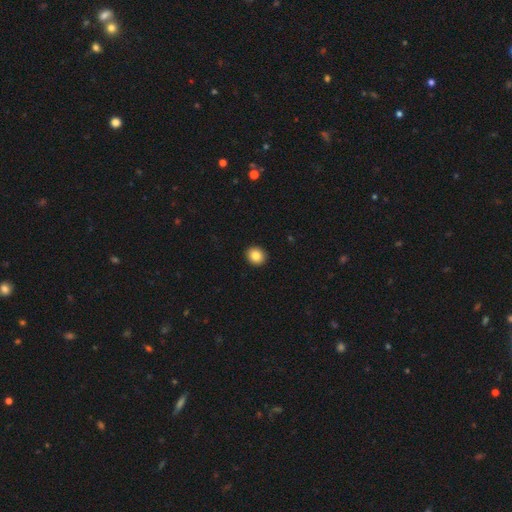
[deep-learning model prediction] Morphology: type=smooth (84%); roundness=round (81%); merging=none (93%).